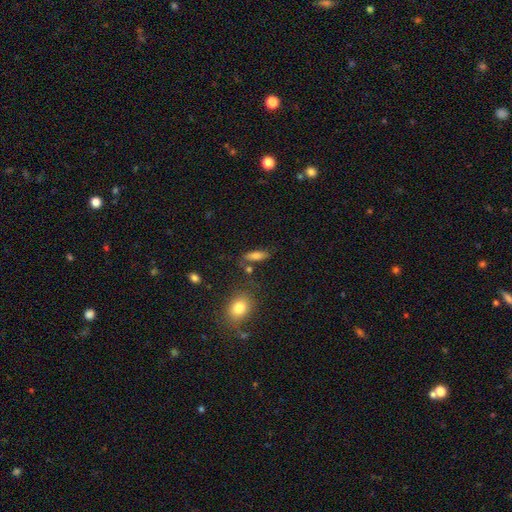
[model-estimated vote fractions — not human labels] Morphology: type=smooth (74%); roundness=in between (59%); merging=none (72%).